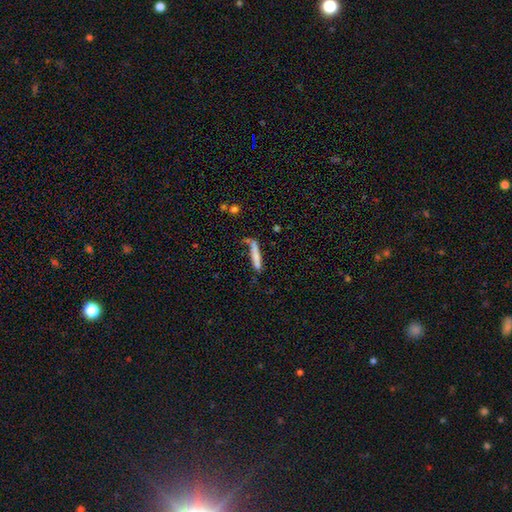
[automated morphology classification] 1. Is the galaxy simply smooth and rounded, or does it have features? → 71% smooth, 22% featured or disk, 7% star or artifact.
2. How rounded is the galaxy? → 91% cigar-shaped, 8% in between, 2% round.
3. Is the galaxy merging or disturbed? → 58% none, 23% minor disturbance, 10% major disturbance, 9% merger.